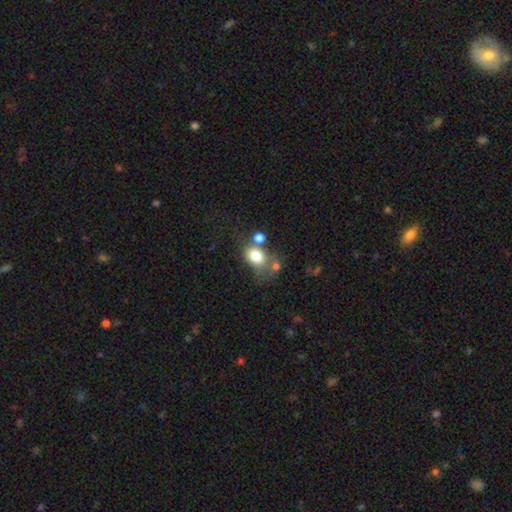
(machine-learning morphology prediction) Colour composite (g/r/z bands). It shows a smooth galaxy with no disk features (76%) that is in between round and cigar-shaped (54%). Merging: none (41%).